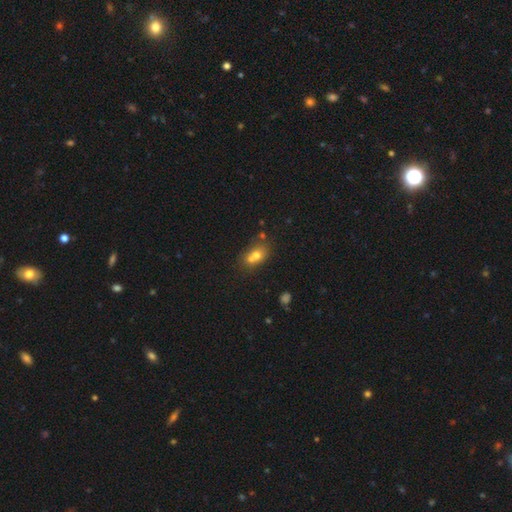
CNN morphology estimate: Q: Smooth or featured?
A: smooth (66%); runner-up: featured or disk (21%)
Q: How rounded?
A: in between (57%); runner-up: round (41%)
Q: Merging?
A: merger (52%); runner-up: none (33%)